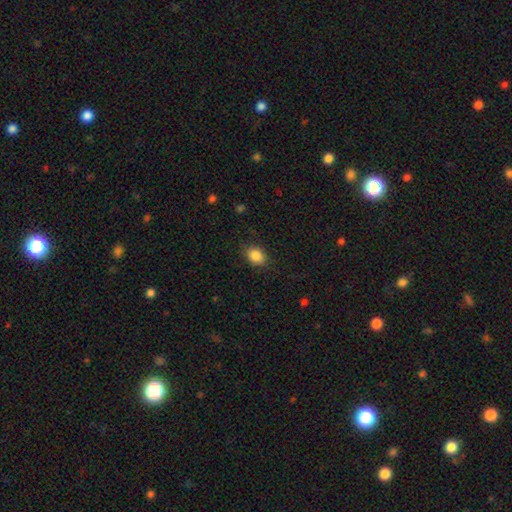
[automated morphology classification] Smooth or featured? smooth (86%)
How rounded? in between (64%)
Merging? none (83%)